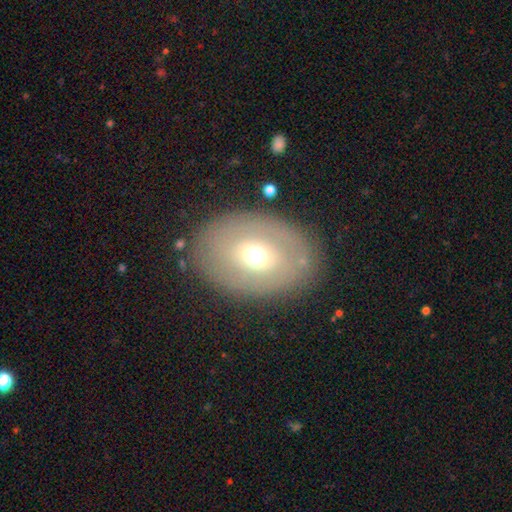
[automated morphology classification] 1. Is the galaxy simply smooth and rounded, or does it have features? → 54% smooth, 37% featured or disk, 9% star or artifact.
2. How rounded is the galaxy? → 74% in between, 25% round, 1% cigar-shaped.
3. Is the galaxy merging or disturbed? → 83% none, 10% minor disturbance, 5% major disturbance, 2% merger.